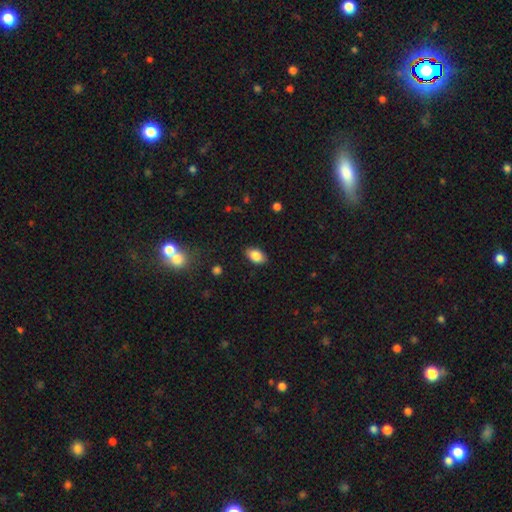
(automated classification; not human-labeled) This is clearly a smooth galaxy (84%). How rounded: clearly in between (90%). Merging: clearly none (86%).